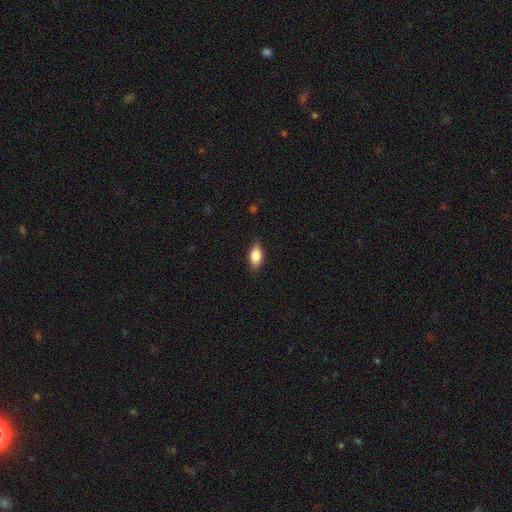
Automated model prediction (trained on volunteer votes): Q: Smooth or featured?
A: smooth (81%); runner-up: featured or disk (12%)
Q: How rounded?
A: in between (87%); runner-up: cigar-shaped (8%)
Q: Merging?
A: none (84%); runner-up: minor disturbance (13%)